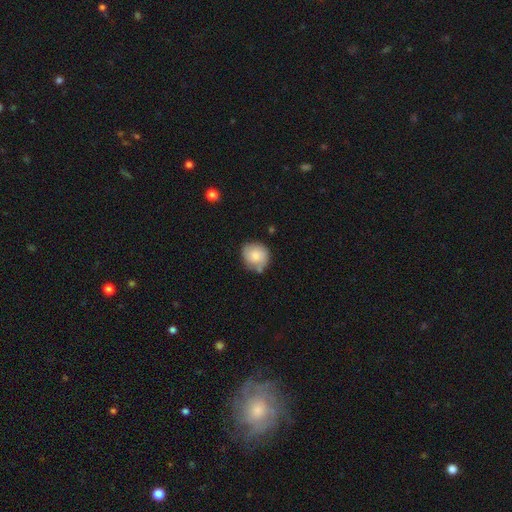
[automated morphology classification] Smooth or featured?
  - smooth: 76% *
  - featured or disk: 17%
  - star or artifact: 7%
How rounded?
  - round: 80% *
  - in between: 19%
  - cigar-shaped: 1%
Merging?
  - none: 67% *
  - minor disturbance: 23%
  - merger: 6%
  - major disturbance: 4%